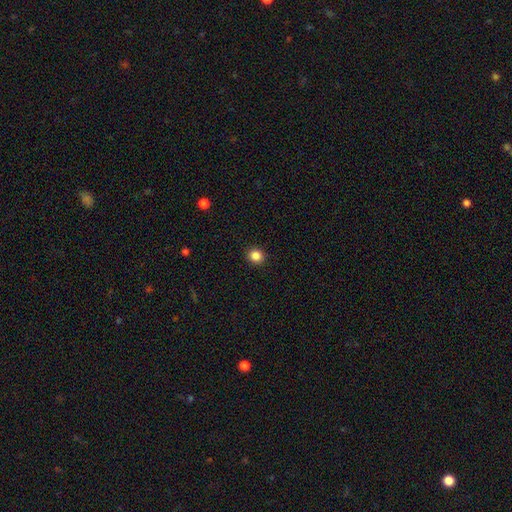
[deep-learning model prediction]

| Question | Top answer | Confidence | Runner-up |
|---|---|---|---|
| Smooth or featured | smooth | 85% | star or artifact (11%) |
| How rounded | round | 86% | in between (13%) |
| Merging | none | 92% | minor disturbance (5%) |